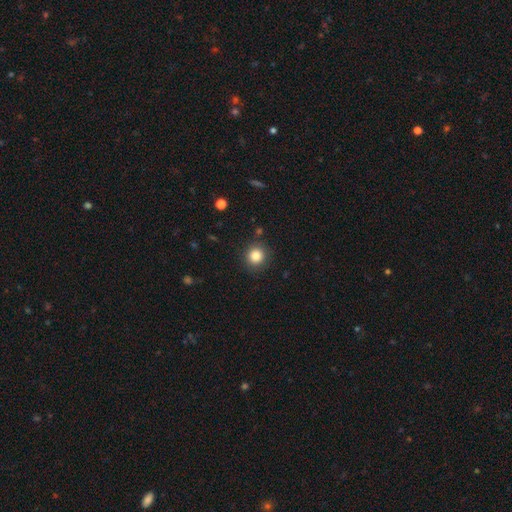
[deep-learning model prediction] smooth-or-featured: smooth: 85% | star or artifact: 11% | featured or disk: 4%
  how-rounded: round: 91% | in between: 8% | cigar-shaped: 1%
  merging: none: 87% | minor disturbance: 8% | major disturbance: 3% | merger: 2%